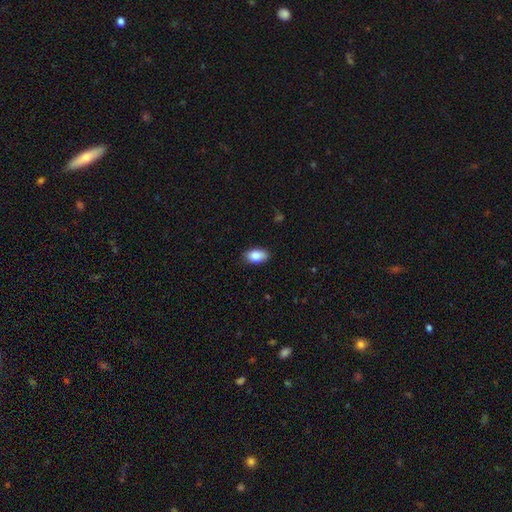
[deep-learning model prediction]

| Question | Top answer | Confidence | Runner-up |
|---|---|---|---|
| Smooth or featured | smooth | 85% | featured or disk (8%) |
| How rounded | in between | 91% | round (6%) |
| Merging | none | 84% | minor disturbance (12%) |